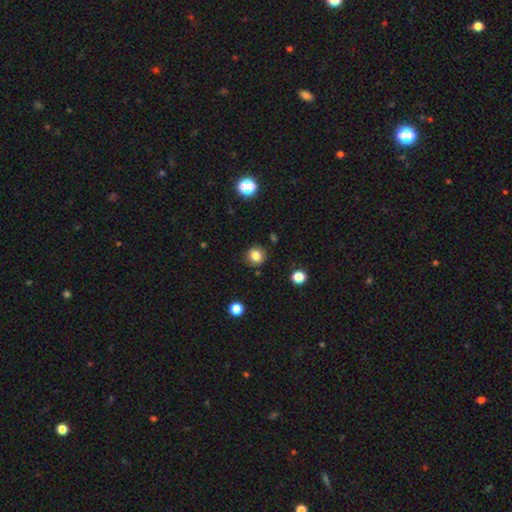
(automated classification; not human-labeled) smooth 83%, star or artifact 12%, featured or disk 6%. Down the decision tree: how rounded — round (86%); merging — none (87%).